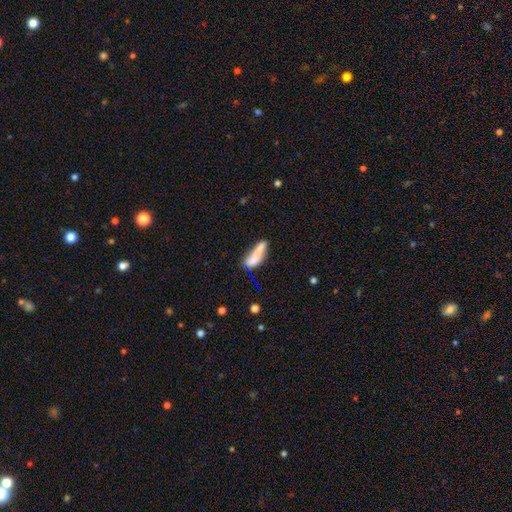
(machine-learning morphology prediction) Smooth or featured?
  - smooth: 63% *
  - featured or disk: 27%
  - star or artifact: 9%
How rounded?
  - cigar-shaped: 56% *
  - in between: 41%
  - round: 3%
Merging?
  - none: 40% *
  - minor disturbance: 24%
  - merger: 22%
  - major disturbance: 14%